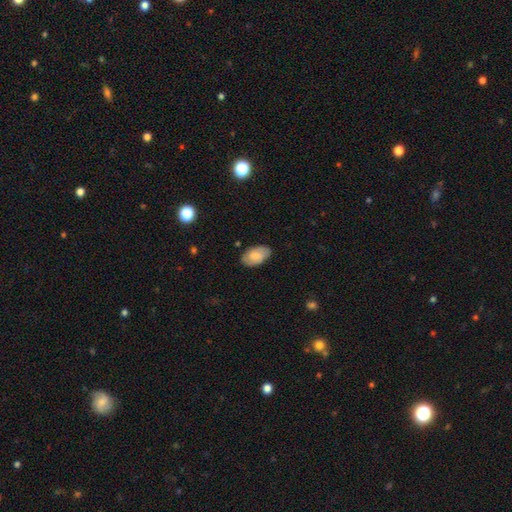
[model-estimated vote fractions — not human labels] Morphology: type=smooth (68%); roundness=in between (93%); merging=none (81%).